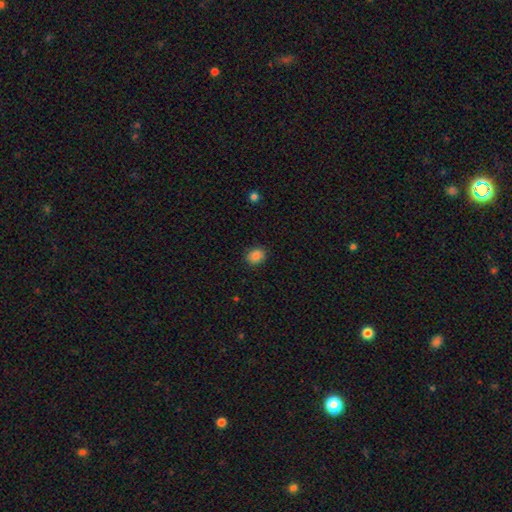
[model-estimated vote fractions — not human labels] Smooth or featured?
  - smooth: 86% *
  - star or artifact: 10%
  - featured or disk: 5%
How rounded?
  - round: 56% *
  - in between: 43%
  - cigar-shaped: 1%
Merging?
  - none: 88% *
  - minor disturbance: 9%
  - major disturbance: 2%
  - merger: 1%